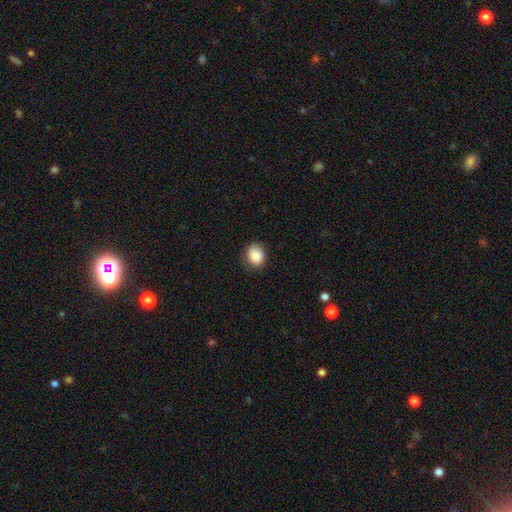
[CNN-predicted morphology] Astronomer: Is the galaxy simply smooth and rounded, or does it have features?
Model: smooth — 87%.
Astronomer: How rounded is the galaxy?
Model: round — 57% (runner-up: in between, 42%).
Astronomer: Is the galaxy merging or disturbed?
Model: none — 77%.